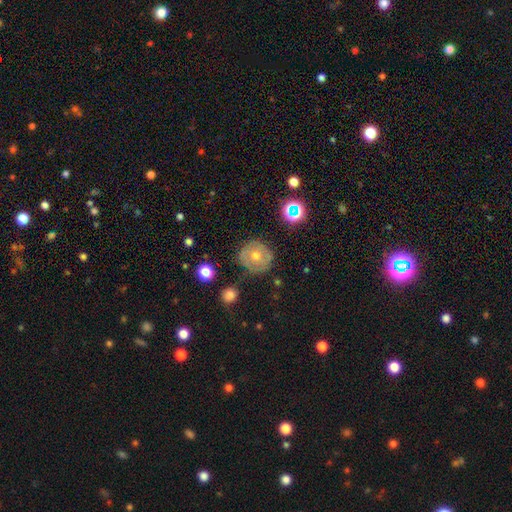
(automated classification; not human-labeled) Morphology: type=featured or disk (50%); edge-on=no (96%); merging=none (78%).